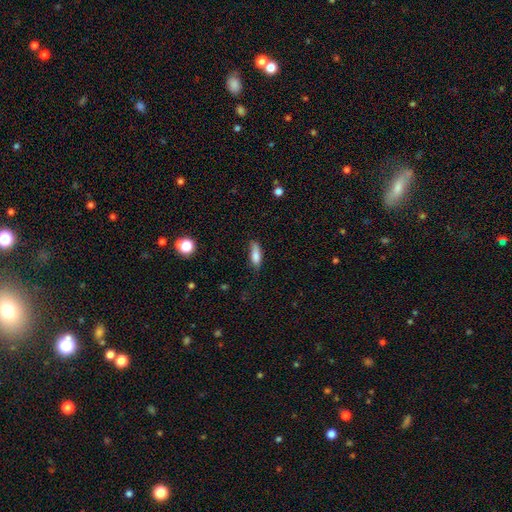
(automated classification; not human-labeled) Morphology: type=smooth (82%); roundness=in between (58%); merging=none (61%).